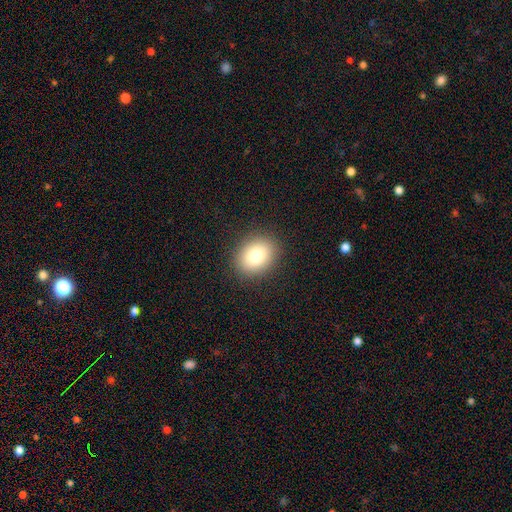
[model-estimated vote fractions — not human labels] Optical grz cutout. It shows a smooth galaxy with no disk features (81%) that is in between round and cigar-shaped (52%). Merging: none (89%).